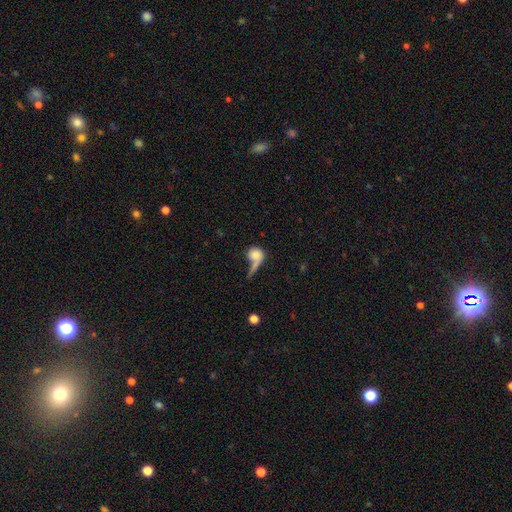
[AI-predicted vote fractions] smooth_or_featured: smooth (p=0.69) [alt: featured or disk p=0.22]
how_rounded: round (p=0.55) [alt: in between p=0.39]
merging: major disturbance (p=0.34) [alt: none p=0.27]